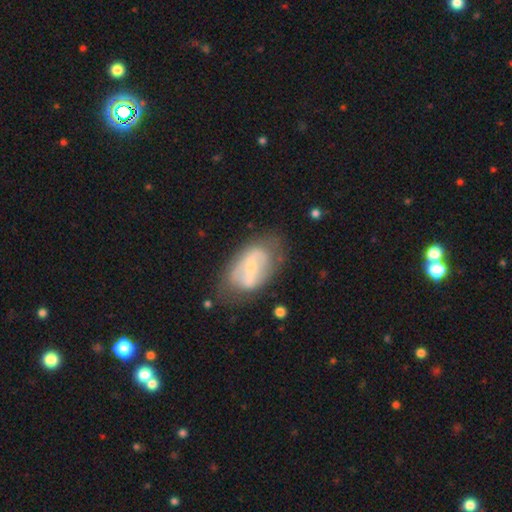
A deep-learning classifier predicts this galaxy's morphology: Q: Smooth or featured?
A: featured or disk (61%); runner-up: smooth (28%)
Q: Edge-on disk?
A: no (92%); runner-up: yes (8%)
Q: Bar?
A: weak (43%); runner-up: no (30%)
Q: Spiral arms?
A: yes (57%); runner-up: no (43%)
Q: Bulge size?
A: small (59%); runner-up: moderate (25%)
Q: Merging?
A: none (66%); runner-up: minor disturbance (21%)